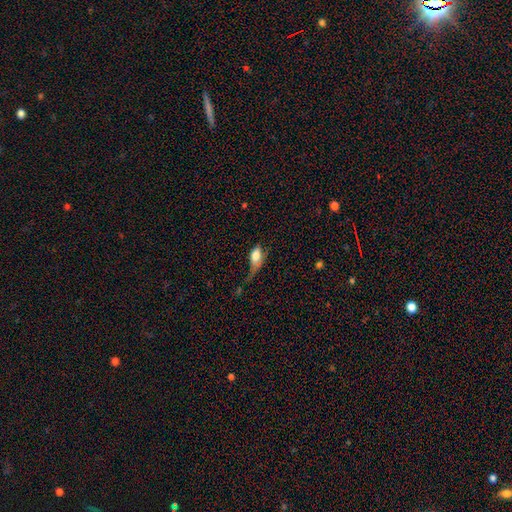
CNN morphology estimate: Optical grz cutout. It shows a smooth galaxy with no disk features (71%) that is in between round and cigar-shaped (83%). Merging: major disturbance (43%).